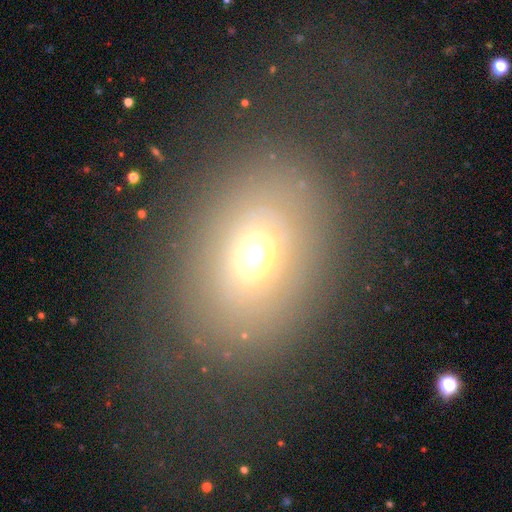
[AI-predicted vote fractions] Smooth or featured: smooth — 56% (featured or disk — 26%)
How rounded: in between — 65% (round — 34%)
Merging: none — 74% (minor disturbance — 13%)